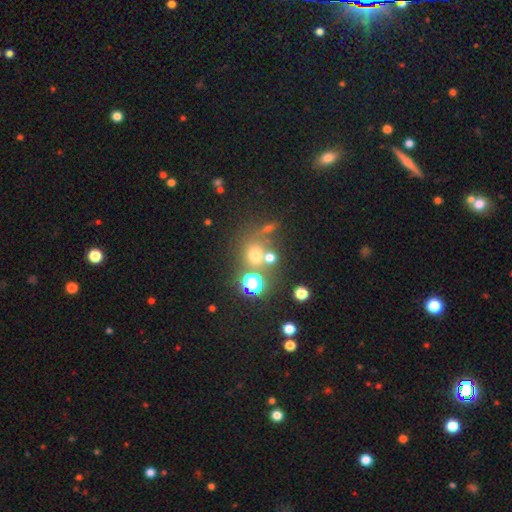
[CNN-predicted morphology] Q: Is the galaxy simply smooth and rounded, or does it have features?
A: smooth — 59%.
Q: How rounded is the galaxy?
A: round — 83%.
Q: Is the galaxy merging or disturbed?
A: none — 58%.